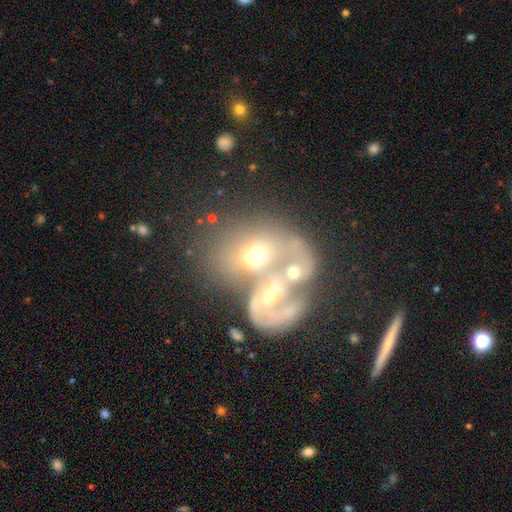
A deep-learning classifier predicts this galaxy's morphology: The model was most divided on "spiral arms": yes: 54%, no: 46%. More confident: edge-on disk — no (95%); merging — merger (72%); bar — no (71%); smooth or featured — featured or disk (57%); bulge size — moderate (52%).